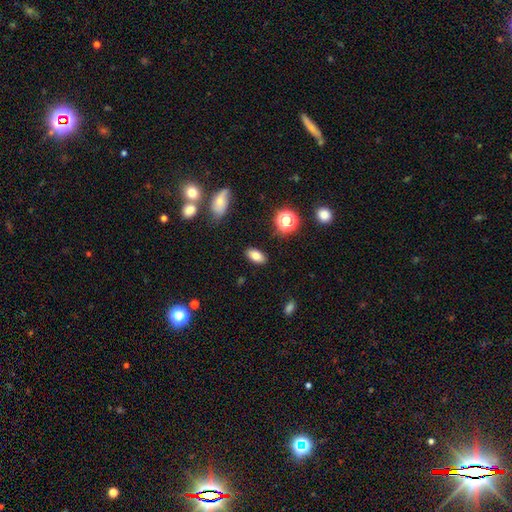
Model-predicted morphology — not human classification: A smooth galaxy with no disk features (77%) that is in between round and cigar-shaped (89%).

Vote fractions:
- Smooth or featured? smooth: 77% / featured or disk: 12% / star or artifact: 11%
- How rounded? in between: 89% / round: 6% / cigar-shaped: 5%
- Merging? none: 87% / minor disturbance: 9% / major disturbance: 2% / merger: 2%